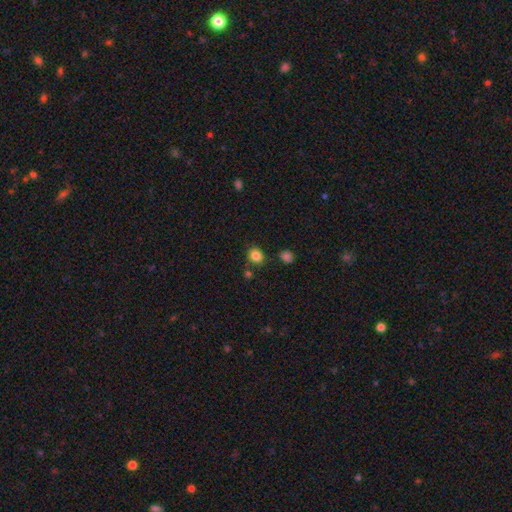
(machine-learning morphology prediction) Smooth or featured: smooth — 84% (star or artifact — 11%)
How rounded: round — 70% (in between — 29%)
Merging: none — 82% (minor disturbance — 10%)